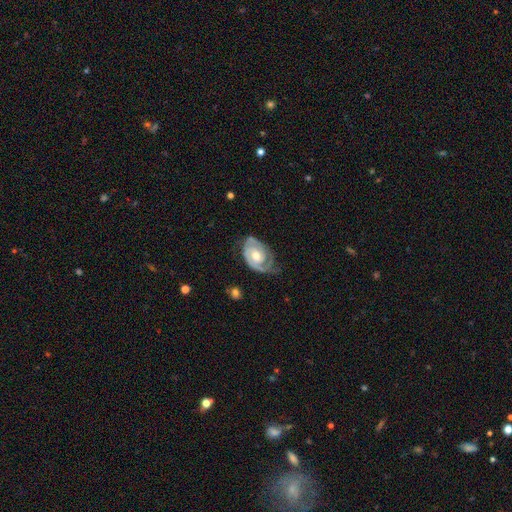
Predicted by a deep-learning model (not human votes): smooth_or_featured: featured or disk (p=0.86) [alt: smooth p=0.10]
disk_edge_on: no (p=0.97) [alt: yes p=0.03]
bar: no (p=0.64) [alt: weak p=0.30]
has_spiral_arms: yes (p=0.95) [alt: no p=0.05]
spiral_winding: tight (p=0.66) [alt: medium p=0.27]
spiral_arm_count: 2 (p=0.57) [alt: 1 p=0.24]
bulge_size: moderate (p=0.69) [alt: small p=0.19]
merging: none (p=0.58) [alt: minor disturbance p=0.26]